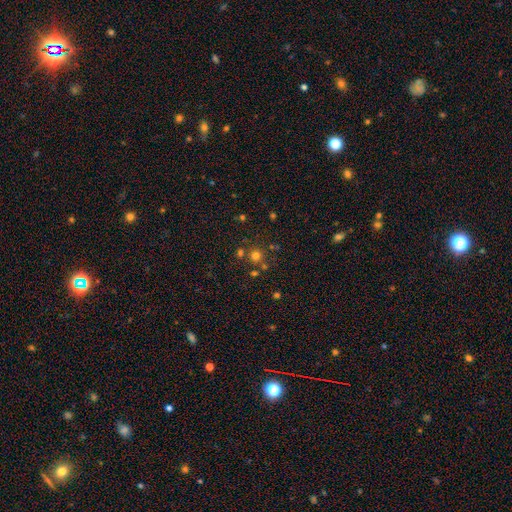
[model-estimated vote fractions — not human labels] Overall: smooth (67%). How rounded: round (92%). Merging: none (74%).